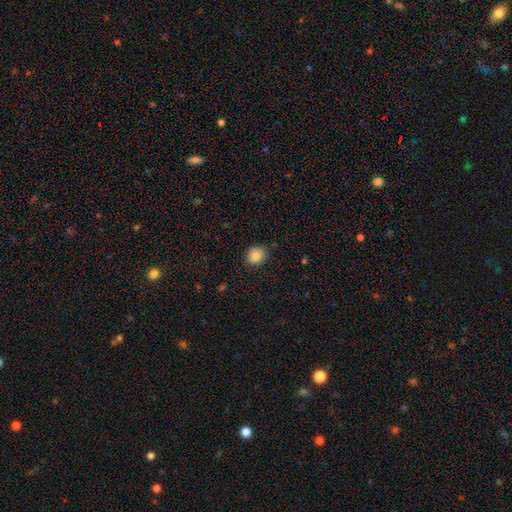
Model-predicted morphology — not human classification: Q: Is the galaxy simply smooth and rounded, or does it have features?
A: smooth — 87%.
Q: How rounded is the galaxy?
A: round — 71%.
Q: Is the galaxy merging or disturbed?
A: none — 82%.